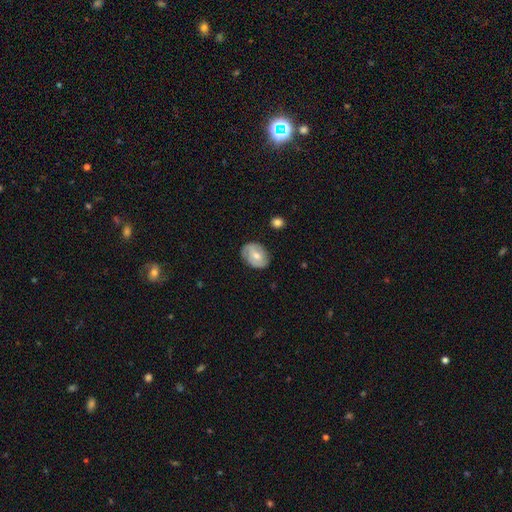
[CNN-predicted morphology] smooth-or-featured: smooth: 47% | featured or disk: 46% | star or artifact: 7%
  merging: none: 74% | minor disturbance: 21% | major disturbance: 4% | merger: 1%